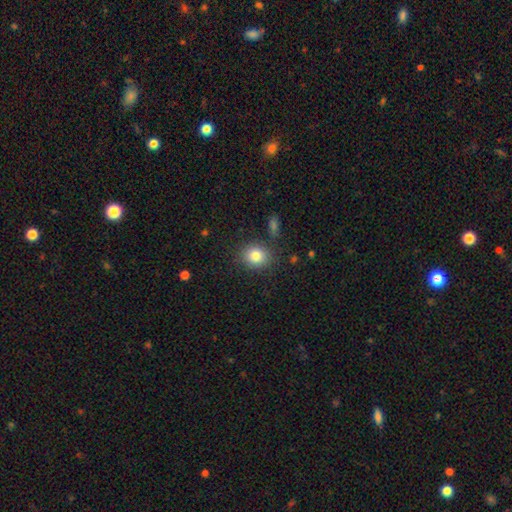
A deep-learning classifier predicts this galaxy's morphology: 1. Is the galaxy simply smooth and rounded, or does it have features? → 83% smooth, 10% star or artifact, 7% featured or disk.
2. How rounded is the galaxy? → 73% round, 26% in between, 1% cigar-shaped.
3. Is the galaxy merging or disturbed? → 84% none, 10% minor disturbance, 3% merger, 3% major disturbance.